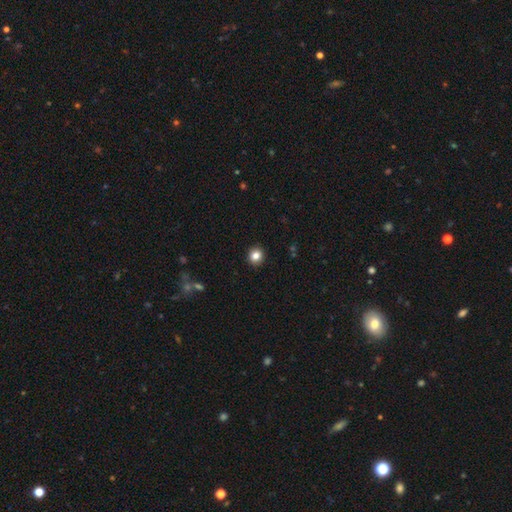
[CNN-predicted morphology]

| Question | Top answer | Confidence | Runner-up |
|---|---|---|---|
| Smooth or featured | smooth | 83% | star or artifact (11%) |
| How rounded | round | 88% | in between (11%) |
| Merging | none | 92% | minor disturbance (5%) |